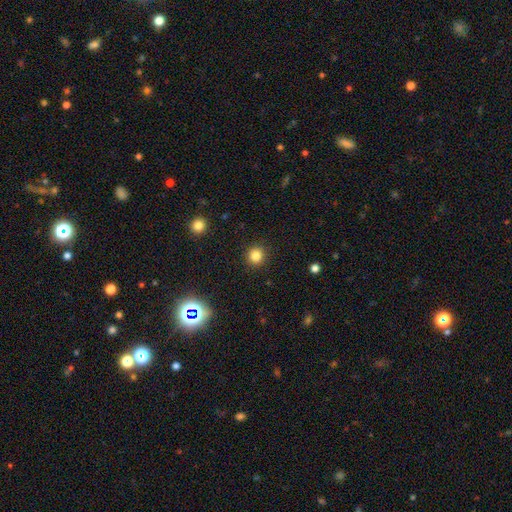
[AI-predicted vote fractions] Smooth or featured?
  - smooth: 83% *
  - star or artifact: 13%
  - featured or disk: 4%
How rounded?
  - round: 92% *
  - in between: 7%
  - cigar-shaped: 1%
Merging?
  - none: 92% *
  - minor disturbance: 5%
  - major disturbance: 2%
  - merger: 1%